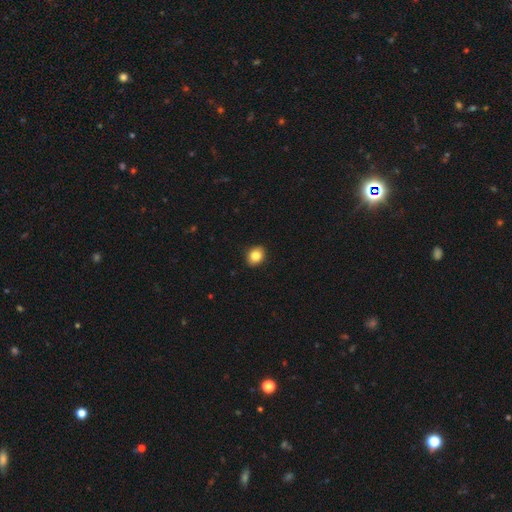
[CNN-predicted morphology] Smooth or featured? smooth (85%)
How rounded? round (62%)
Merging? none (90%)